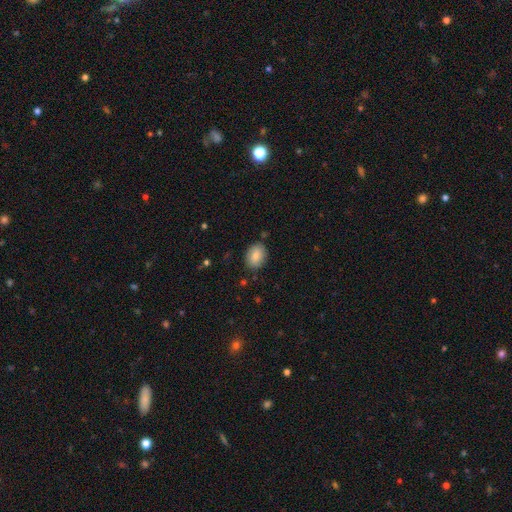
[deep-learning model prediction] The model was most divided on "how rounded": in between: 70%, round: 28%, cigar-shaped: 1%. More confident: merging — none (84%); smooth or featured — smooth (83%).